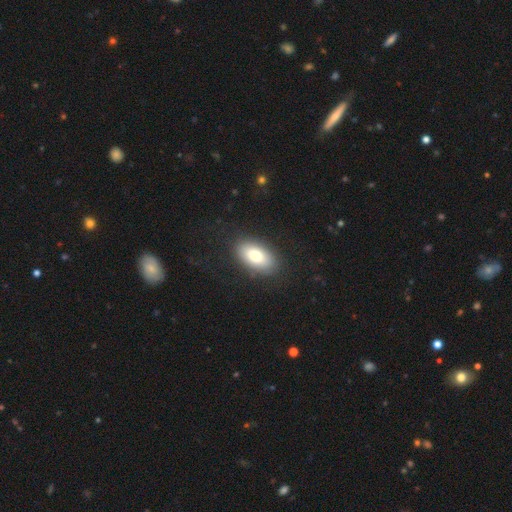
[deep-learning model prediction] smooth_or_featured: smooth (p=0.78) [alt: featured or disk p=0.15]
how_rounded: in between (p=0.93) [alt: round p=0.05]
merging: none (p=0.86) [alt: minor disturbance p=0.10]